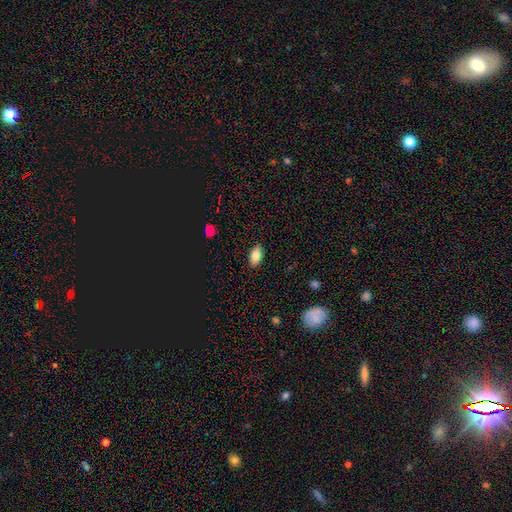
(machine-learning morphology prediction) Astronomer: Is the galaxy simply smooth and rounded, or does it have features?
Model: smooth — 85%.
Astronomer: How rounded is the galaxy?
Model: in between — 91%.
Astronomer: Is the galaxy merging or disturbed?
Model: none — 87%.